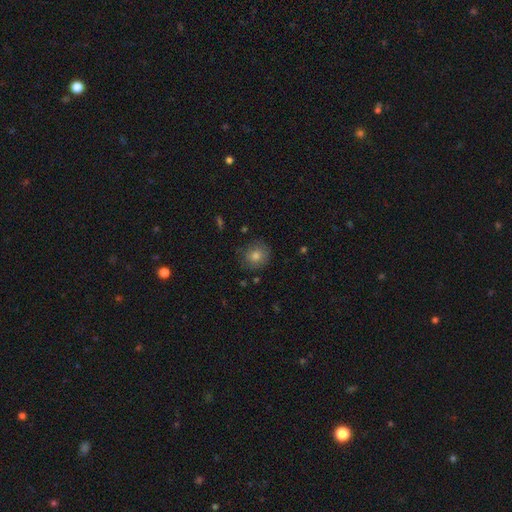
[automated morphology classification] A smooth galaxy with no disk features (74%) that is round (86%).

Vote fractions:
- Smooth or featured? smooth: 74% / featured or disk: 13% / star or artifact: 13%
- How rounded? round: 86% / in between: 13% / cigar-shaped: 1%
- Merging? none: 79% / minor disturbance: 15% / major disturbance: 4% / merger: 2%